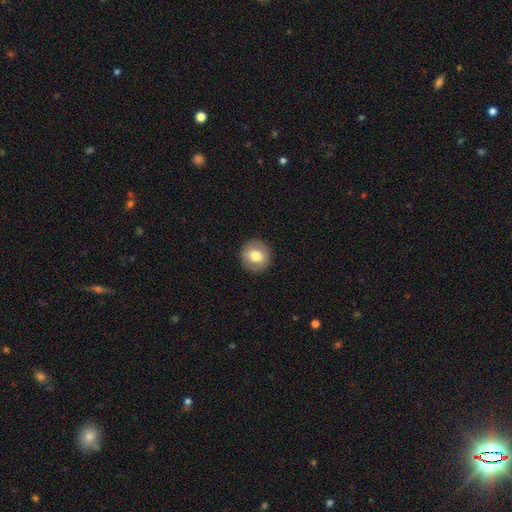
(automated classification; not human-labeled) This appears to be a smooth galaxy with no disk features (71%) that is round (90%). Merging: none (89%).